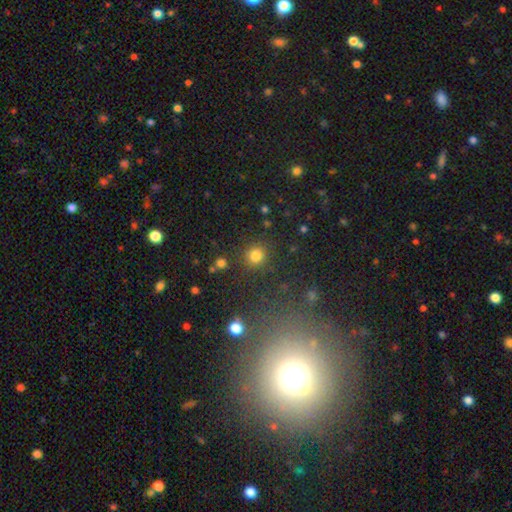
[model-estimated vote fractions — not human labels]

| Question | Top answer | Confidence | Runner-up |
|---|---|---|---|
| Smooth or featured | smooth | 80% | star or artifact (15%) |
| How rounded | round | 91% | in between (8%) |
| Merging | none | 87% | minor disturbance (7%) |